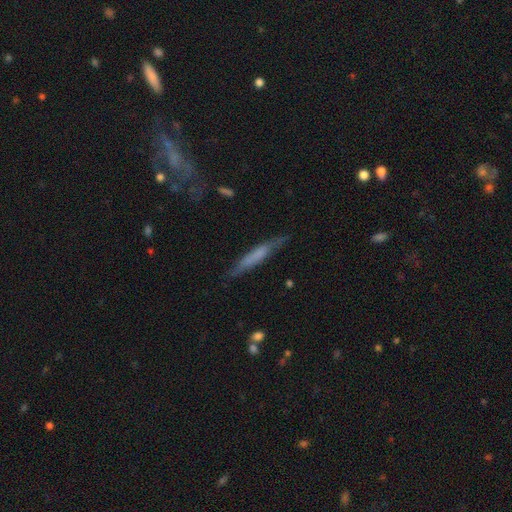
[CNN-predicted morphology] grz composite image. It shows a smooth galaxy with no disk features (53%) that is cigar-shaped (93%). Merging: none (77%).